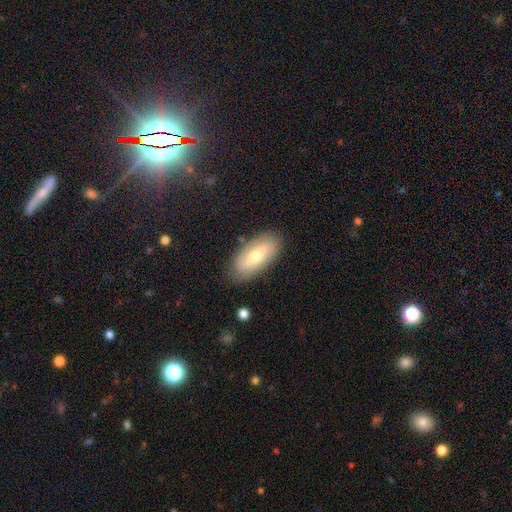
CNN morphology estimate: smooth_or_featured: smooth (p=0.62) [alt: featured or disk p=0.32]
how_rounded: in between (p=0.89) [alt: cigar-shaped p=0.09]
merging: none (p=0.82) [alt: minor disturbance p=0.13]